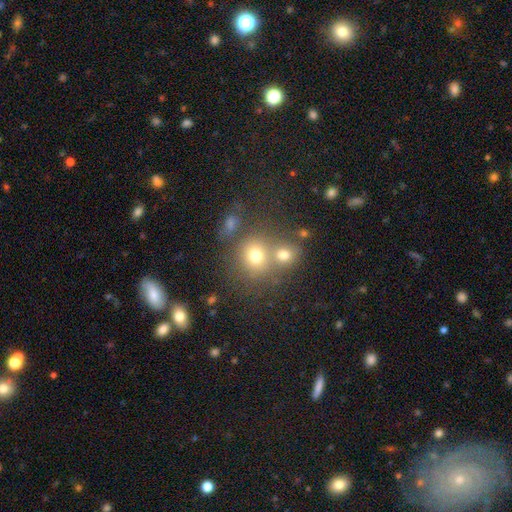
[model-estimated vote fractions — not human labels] Q: Smooth or featured?
A: smooth (73%); runner-up: star or artifact (15%)
Q: How rounded?
A: round (81%); runner-up: in between (18%)
Q: Merging?
A: none (47%); runner-up: merger (40%)